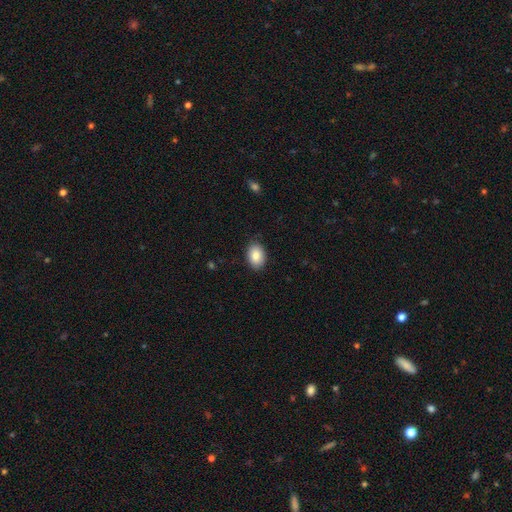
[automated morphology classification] Smooth or featured?
  - smooth: 86% *
  - star or artifact: 7%
  - featured or disk: 7%
How rounded?
  - in between: 84% *
  - round: 15%
  - cigar-shaped: 1%
Merging?
  - none: 86% *
  - minor disturbance: 11%
  - major disturbance: 2%
  - merger: 1%